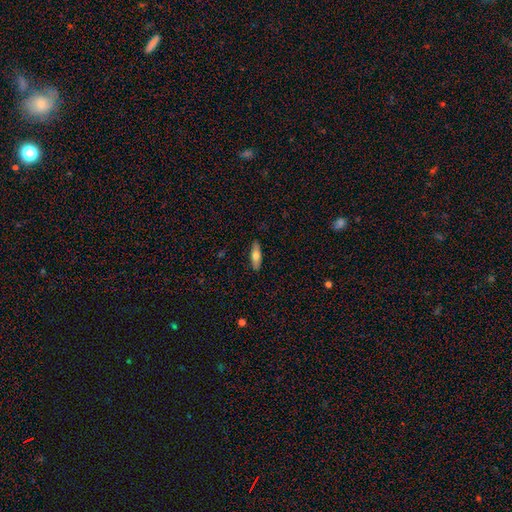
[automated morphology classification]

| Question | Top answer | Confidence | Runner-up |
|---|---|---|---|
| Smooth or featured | smooth | 63% | featured or disk (31%) |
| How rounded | cigar-shaped | 51% | in between (46%) |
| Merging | none | 89% | minor disturbance (8%) |